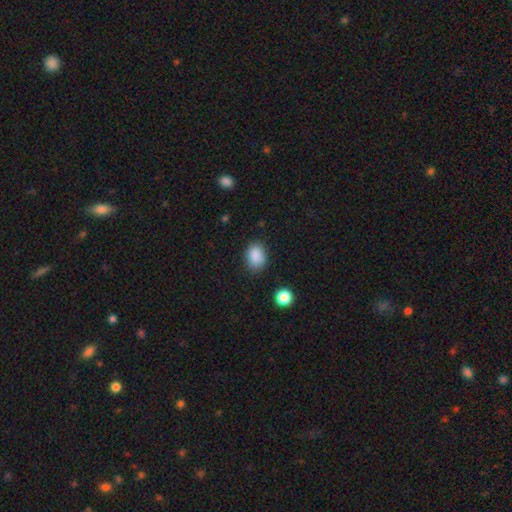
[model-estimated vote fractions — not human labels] This appears to be a smooth galaxy with no disk features (87%) that is in between round and cigar-shaped (73%). Merging: none (79%).